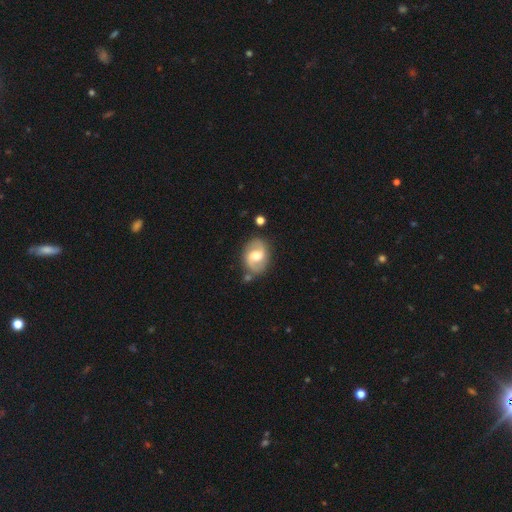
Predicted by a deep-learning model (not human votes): Smooth or featured: featured or disk — 67% (smooth — 27%)
Edge-on disk: no — 97% (yes — 3%)
Bar: weak — 52% (no — 29%)
Spiral arms: yes — 83% (no — 17%)
Spiral winding: medium — 47% (loose — 35%)
Spiral arm count: 2 — 90% (can't tell — 5%)
Bulge size: moderate — 69% (large — 19%)
Merging: none — 74% (minor disturbance — 16%)